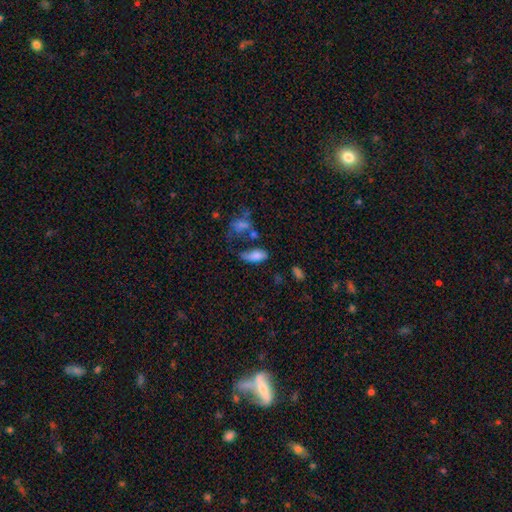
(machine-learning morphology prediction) type=smooth (76%); roundness=in between (83%); merging=none (36%).